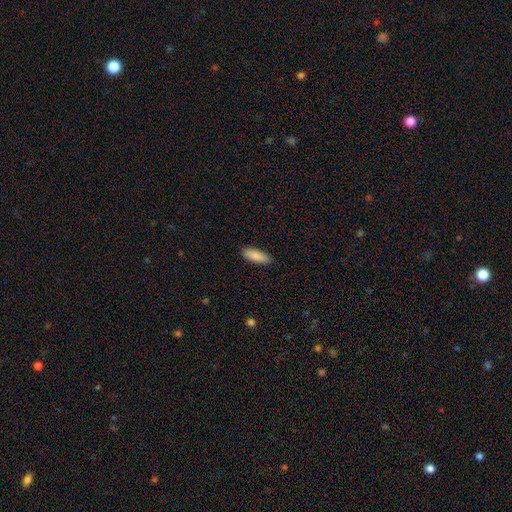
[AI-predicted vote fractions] Overall: smooth (89%). How rounded: in between (65%; cigar-shaped 33%). Merging: none (88%).